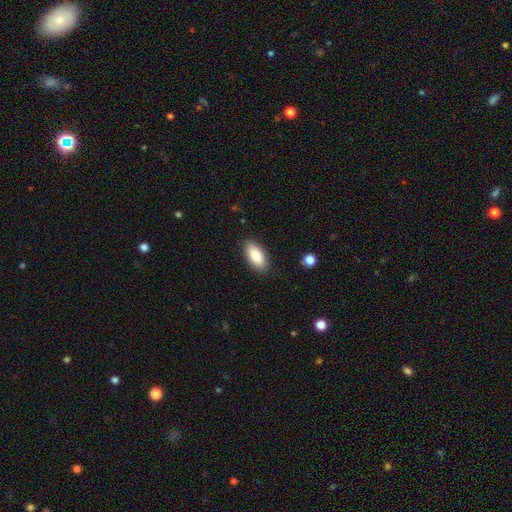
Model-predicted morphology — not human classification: Overall: smooth (84%). How rounded: in between (88%). Merging: none (88%).